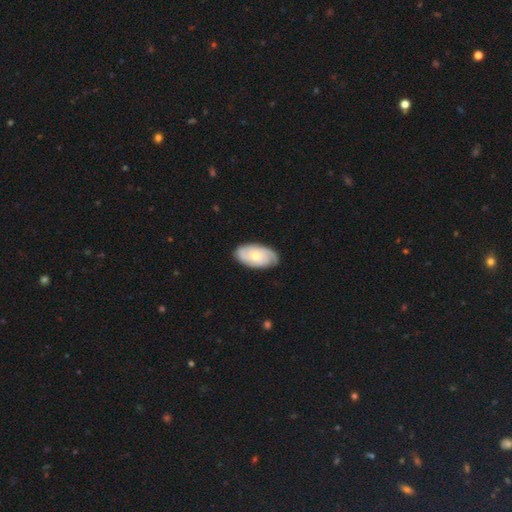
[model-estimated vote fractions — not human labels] smooth_or_featured: featured or disk (p=0.62) [alt: smooth p=0.33]
disk_edge_on: no (p=0.94) [alt: yes p=0.06]
bar: no (p=0.80) [alt: weak p=0.17]
has_spiral_arms: yes (p=0.86) [alt: no p=0.14]
bulge_size: moderate (p=0.57) [alt: small p=0.39]
merging: none (p=0.79) [alt: minor disturbance p=0.17]